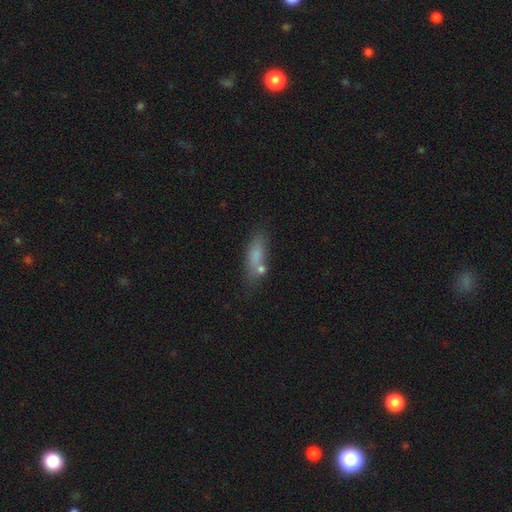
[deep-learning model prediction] The model was most divided on "how rounded": in between: 60%, cigar-shaped: 36%, round: 4%. More confident: smooth or featured — smooth (73%); merging — none (58%).